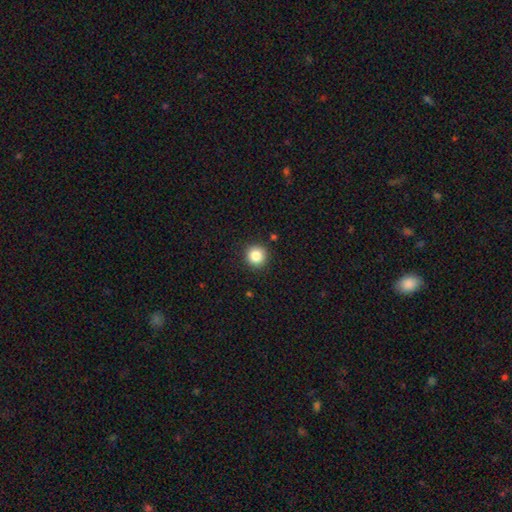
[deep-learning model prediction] The model was most divided on "smooth or featured": smooth: 85%, star or artifact: 10%, featured or disk: 5%. More confident: how rounded — round (94%); merging — none (90%).